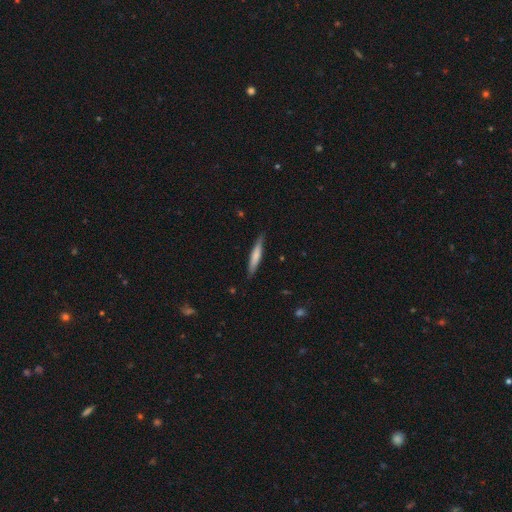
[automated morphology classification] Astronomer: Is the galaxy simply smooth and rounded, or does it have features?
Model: smooth — 68%.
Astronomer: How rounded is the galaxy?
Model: cigar-shaped — 91%.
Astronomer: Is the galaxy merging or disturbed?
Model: none — 86%.